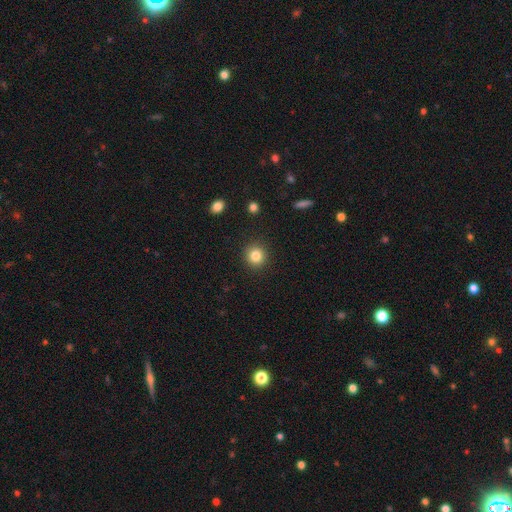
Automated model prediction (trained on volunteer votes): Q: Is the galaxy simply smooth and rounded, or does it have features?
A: smooth — 83%.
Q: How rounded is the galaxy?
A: round — 93%.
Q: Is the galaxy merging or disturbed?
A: none — 91%.